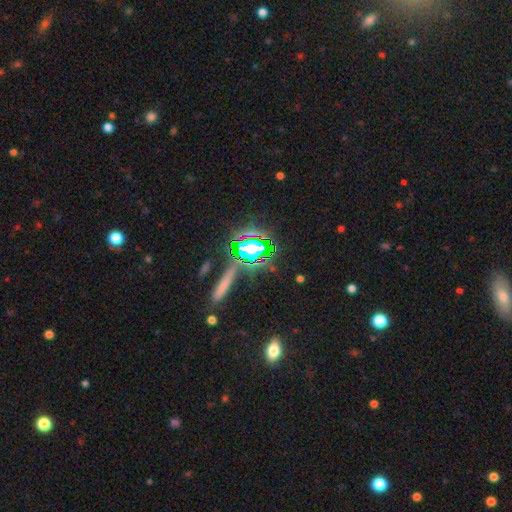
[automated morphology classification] Overall: star or artifact (62%; smooth 24%).